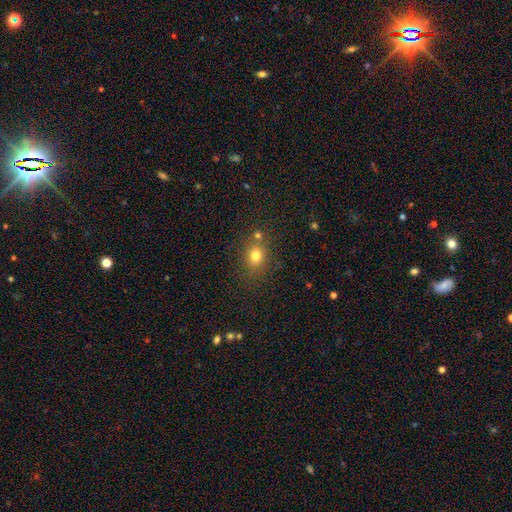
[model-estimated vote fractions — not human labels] A smooth galaxy with no disk features (76%) that is round (62%).

Vote fractions:
- Smooth or featured? smooth: 76% / star or artifact: 15% / featured or disk: 9%
- How rounded? round: 62% / in between: 37% / cigar-shaped: 1%
- Merging? none: 71% / merger: 12% / minor disturbance: 12% / major disturbance: 4%